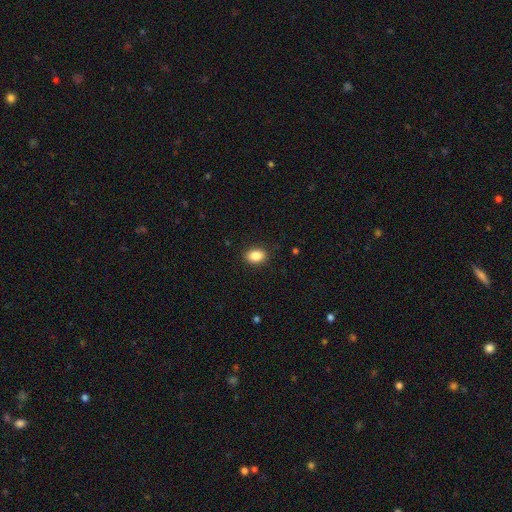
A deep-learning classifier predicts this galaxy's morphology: This is clearly a smooth galaxy (87%). How rounded: clearly in between (80%). Merging: clearly none (89%).